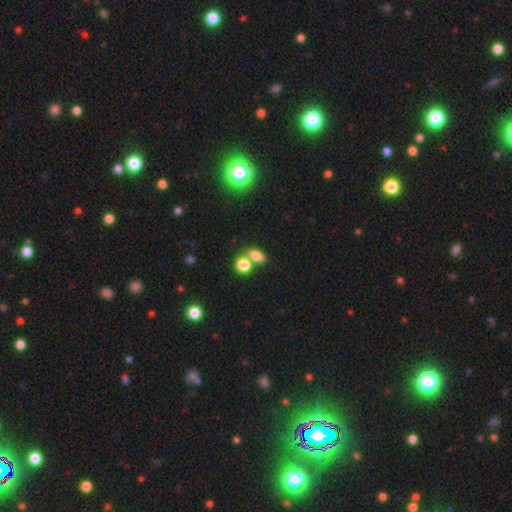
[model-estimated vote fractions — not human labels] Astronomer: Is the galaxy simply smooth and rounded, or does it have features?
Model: smooth — 78%.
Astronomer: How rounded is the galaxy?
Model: in between — 73%.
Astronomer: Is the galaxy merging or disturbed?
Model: none — 52% (runner-up: merger, 33%).